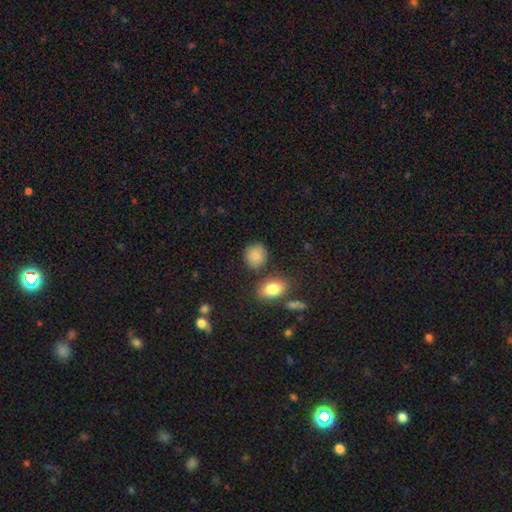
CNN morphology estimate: Smooth or featured: smooth — 84% (star or artifact — 8%)
How rounded: round — 75% (in between — 24%)
Merging: none — 78% (minor disturbance — 14%)